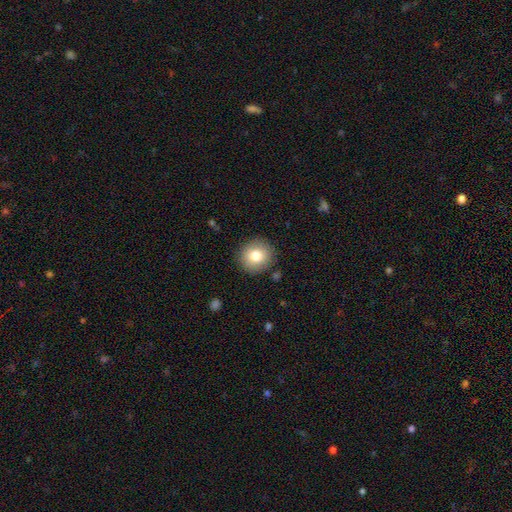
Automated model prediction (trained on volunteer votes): Smooth or featured: smooth — 79% (featured or disk — 12%)
How rounded: round — 91% (in between — 8%)
Merging: none — 89% (minor disturbance — 7%)